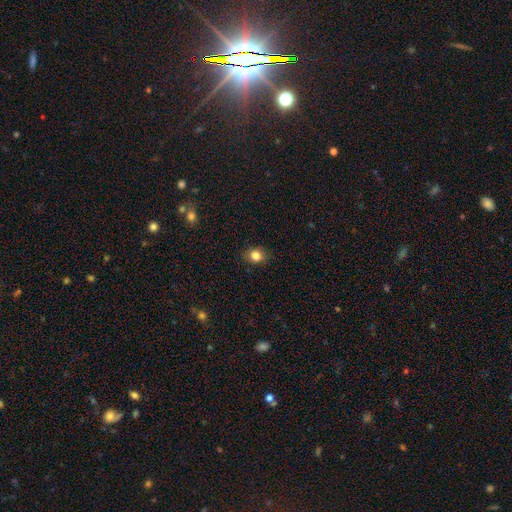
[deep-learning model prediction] Q: Smooth or featured?
A: smooth (83%); runner-up: star or artifact (11%)
Q: How rounded?
A: round (65%); runner-up: in between (34%)
Q: Merging?
A: none (87%); runner-up: minor disturbance (10%)